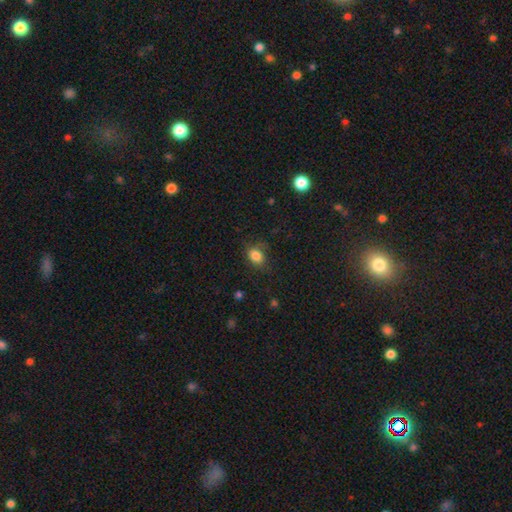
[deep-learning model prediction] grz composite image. It shows a smooth galaxy with no disk features (84%) that is in between round and cigar-shaped (62%). Merging: none (74%).